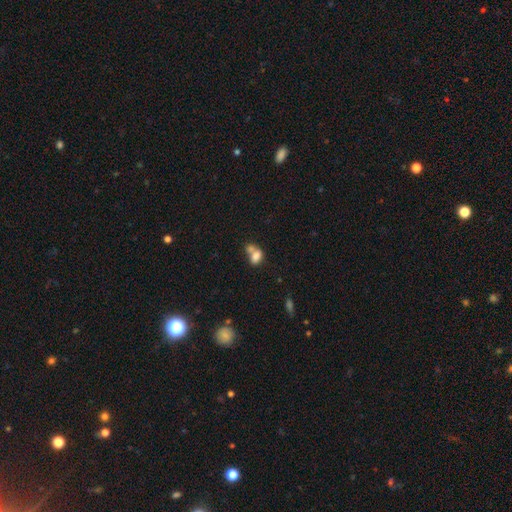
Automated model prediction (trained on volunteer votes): Smooth or featured: smooth — 78% (featured or disk — 12%)
How rounded: in between — 76% (round — 23%)
Merging: merger — 59% (none — 25%)